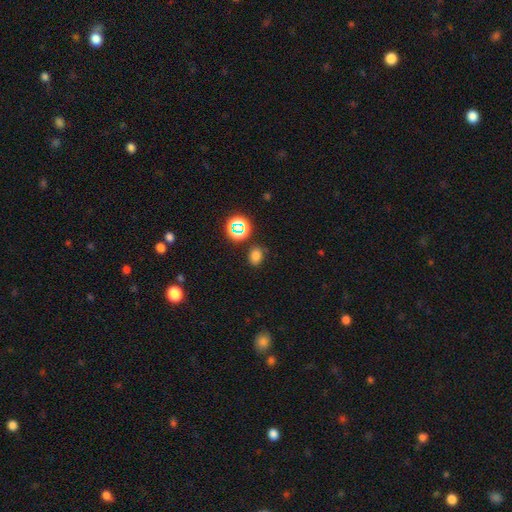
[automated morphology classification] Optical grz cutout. It shows a smooth galaxy with no disk features (73%) that is in between round and cigar-shaped (61%). Merging: none (80%).